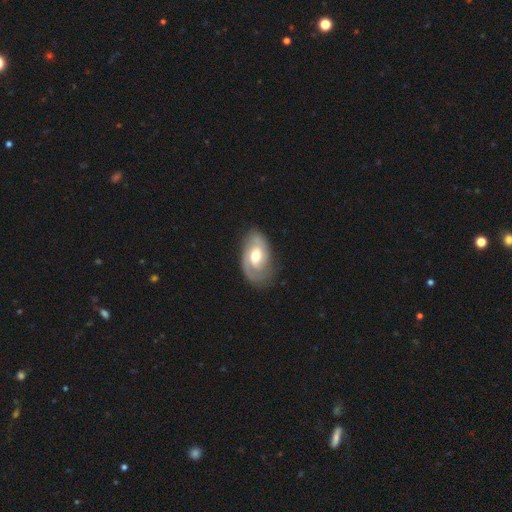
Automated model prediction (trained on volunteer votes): Morphology: type=featured or disk (73%); edge-on=no (95%); bar=no (52%); spiral arms=yes (86%); winding=tight (47%); arm count=2 (63%); bulge=moderate (71%); merging=none (73%).